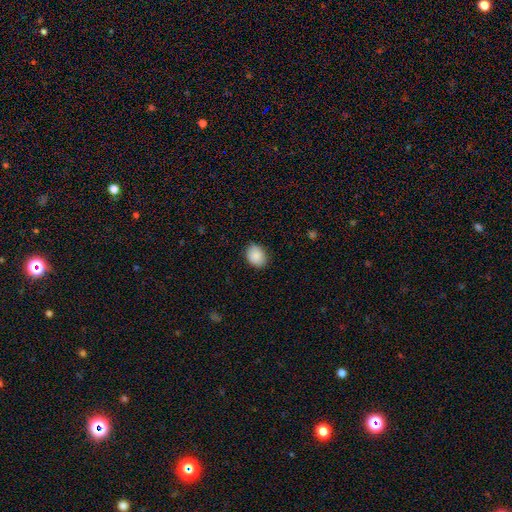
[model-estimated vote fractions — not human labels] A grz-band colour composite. It shows a smooth galaxy with no disk features (89%) that is in between round and cigar-shaped (54%). Merging: none (85%).